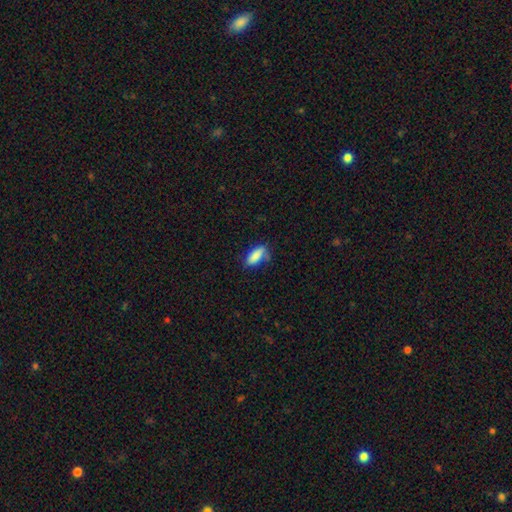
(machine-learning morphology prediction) Overall: smooth (86%). How rounded: in between (78%). Merging: none (63%; minor disturbance 26%).